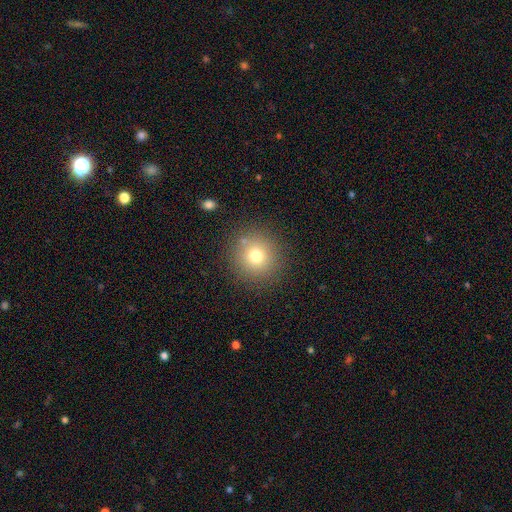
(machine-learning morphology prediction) Smooth or featured? Predicted: smooth (p=0.74). How rounded? Predicted: round (p=0.94). Merging? Predicted: none (p=0.86).